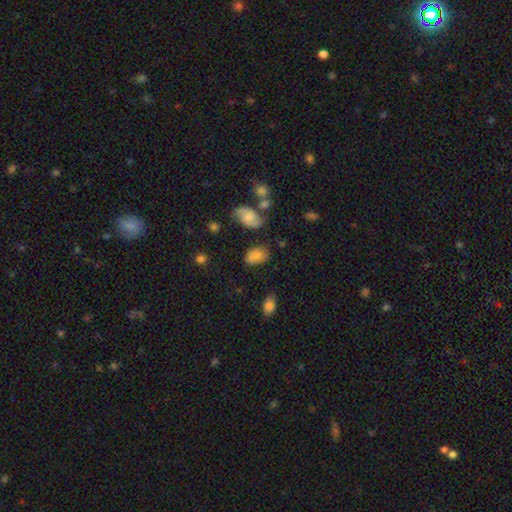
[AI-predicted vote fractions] smooth-or-featured: smooth: 73% | featured or disk: 15% | star or artifact: 11%
  how-rounded: in between: 84% | round: 14% | cigar-shaped: 1%
  merging: none: 62% | minor disturbance: 23% | major disturbance: 8% | merger: 6%